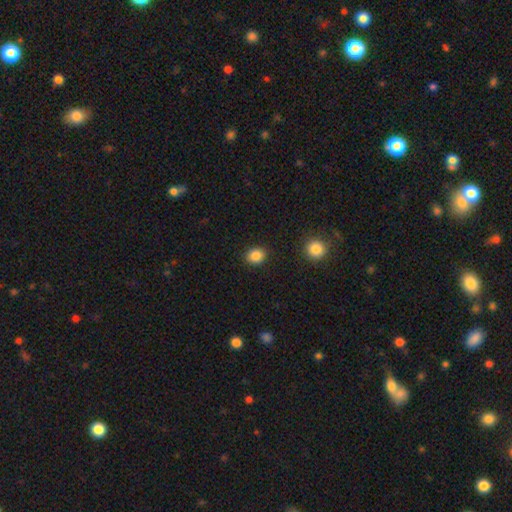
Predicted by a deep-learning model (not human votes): smooth_or_featured: smooth (p=0.85) [alt: star or artifact p=0.10]
how_rounded: round (p=0.73) [alt: in between p=0.26]
merging: none (p=0.89) [alt: minor disturbance p=0.07]